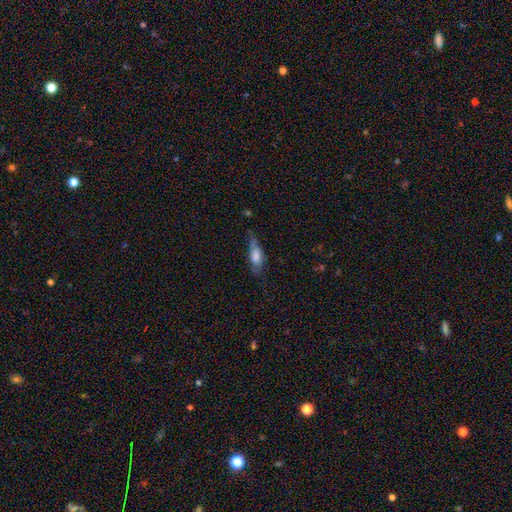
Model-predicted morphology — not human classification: smooth 58%, featured or disk 33%, star or artifact 8%. Down the decision tree: how rounded — in between (59%); merging — none (51%).